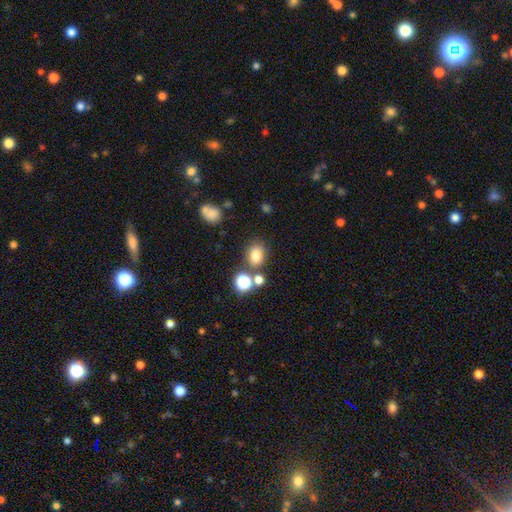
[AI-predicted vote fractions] A smooth galaxy with no disk features (78%) that is in between round and cigar-shaped (54%). Merging: none (68%).